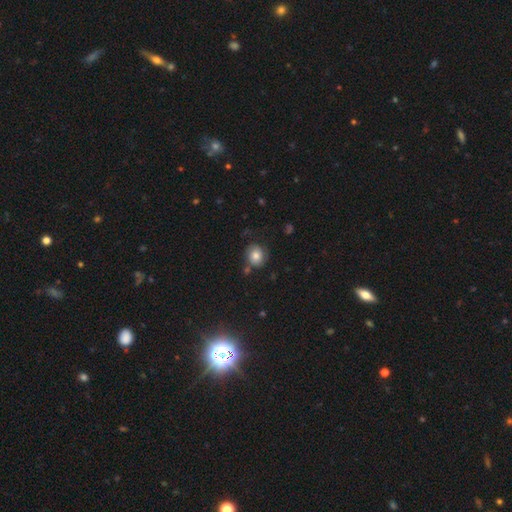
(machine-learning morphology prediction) Smooth or featured: smooth — 76% (featured or disk — 15%)
How rounded: round — 78% (in between — 21%)
Merging: none — 73% (minor disturbance — 16%)